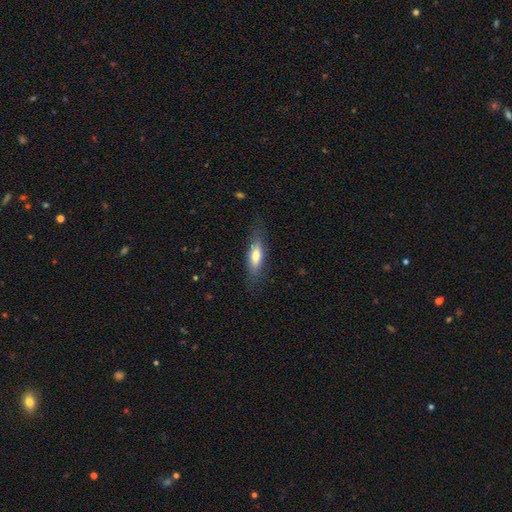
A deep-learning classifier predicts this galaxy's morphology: Q: Smooth or featured?
A: smooth (70%); runner-up: featured or disk (24%)
Q: How rounded?
A: cigar-shaped (49%); tied with: in between (49%)
Q: Merging?
A: none (77%); runner-up: minor disturbance (17%)